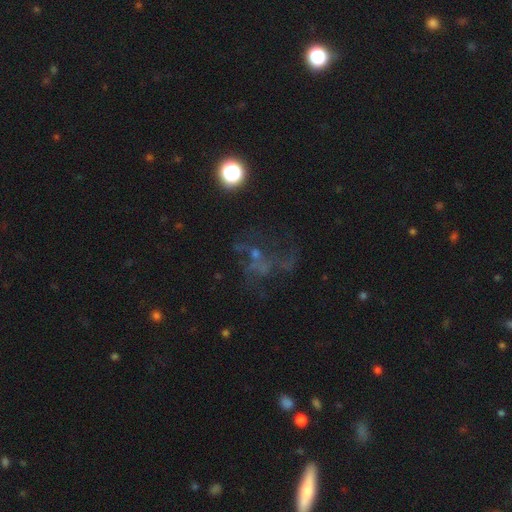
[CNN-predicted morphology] A featured or disk galaxy (43%). Merging: none (46%).